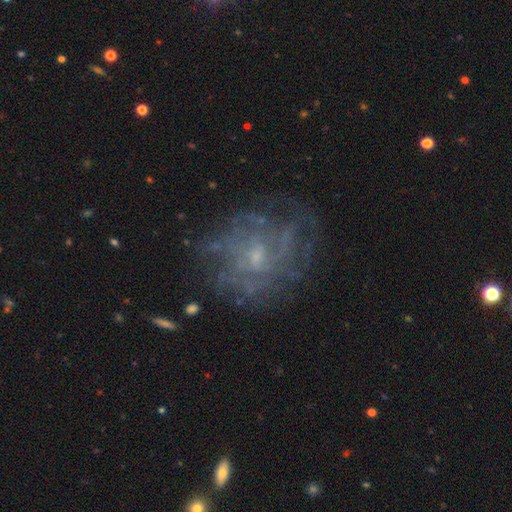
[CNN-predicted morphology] Q: Smooth or featured?
A: featured or disk (71%); runner-up: smooth (15%)
Q: Edge-on disk?
A: no (97%); runner-up: yes (3%)
Q: Bar?
A: no (71%); runner-up: weak (25%)
Q: Spiral arms?
A: yes (65%); runner-up: no (35%)
Q: Bulge size?
A: small (66%); runner-up: moderate (25%)
Q: Merging?
A: none (69%); runner-up: minor disturbance (17%)